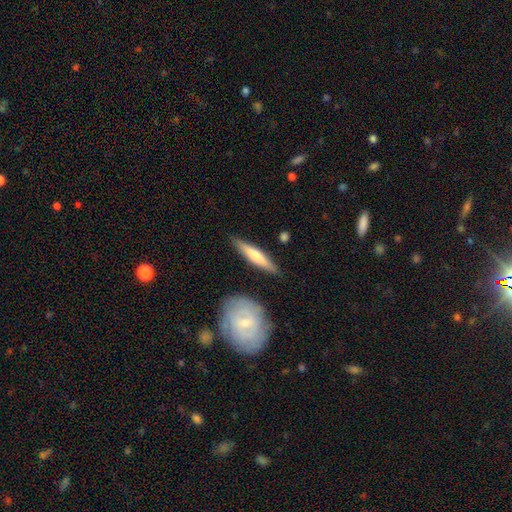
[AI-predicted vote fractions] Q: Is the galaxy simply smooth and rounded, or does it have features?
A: smooth — 57%.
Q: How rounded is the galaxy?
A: cigar-shaped — 86%.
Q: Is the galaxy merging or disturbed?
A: none — 85%.